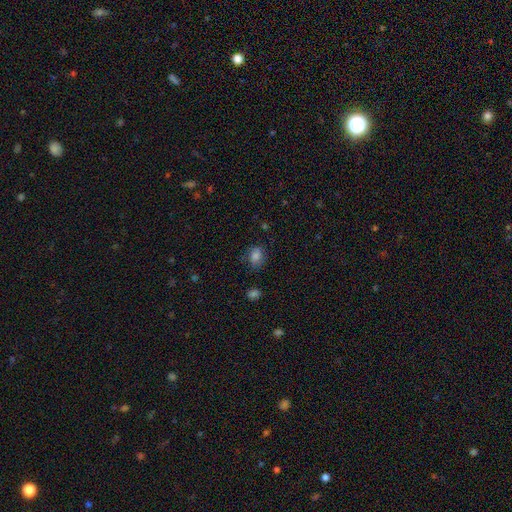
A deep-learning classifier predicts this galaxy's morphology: The model was most divided on "how rounded": in between: 62%, round: 37%, cigar-shaped: 1%. More confident: smooth or featured — smooth (80%); merging — none (69%).